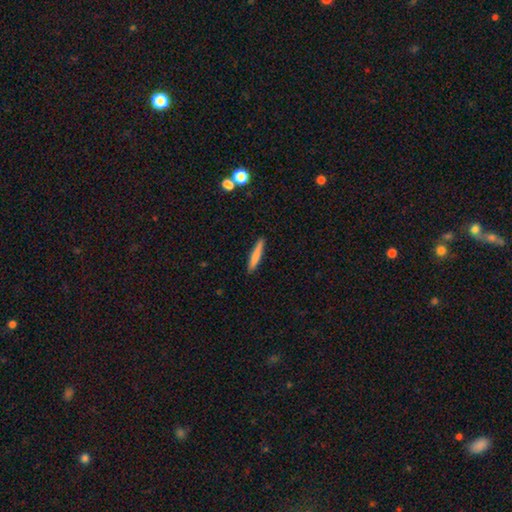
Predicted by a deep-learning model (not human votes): A smooth galaxy with no disk features (77%) that is cigar-shaped (93%).

Vote fractions:
- Smooth or featured? smooth: 77% / featured or disk: 17% / star or artifact: 6%
- How rounded? cigar-shaped: 93% / in between: 6% / round: 1%
- Merging? none: 88% / minor disturbance: 9% / major disturbance: 2% / merger: 1%